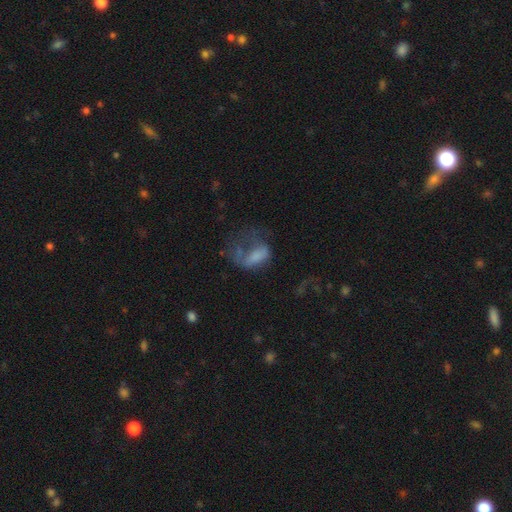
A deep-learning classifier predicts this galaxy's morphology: Smooth or featured: smooth — 50% (featured or disk — 37%)
Merging: major disturbance — 59% (none — 20%)